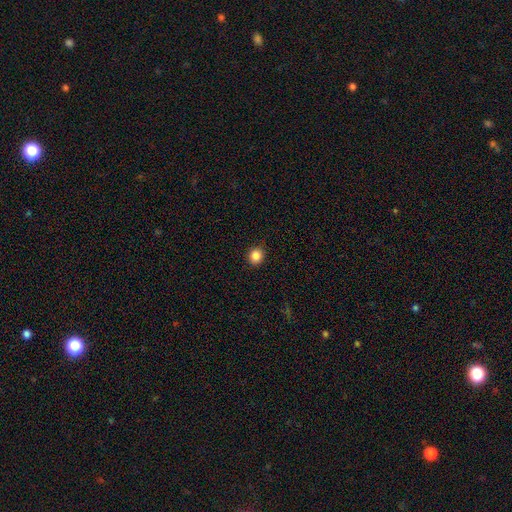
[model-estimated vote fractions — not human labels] smooth-or-featured: smooth: 86% | star or artifact: 11% | featured or disk: 4%
  how-rounded: round: 85% | in between: 14% | cigar-shaped: 1%
  merging: none: 90% | minor disturbance: 7% | major disturbance: 2% | merger: 1%